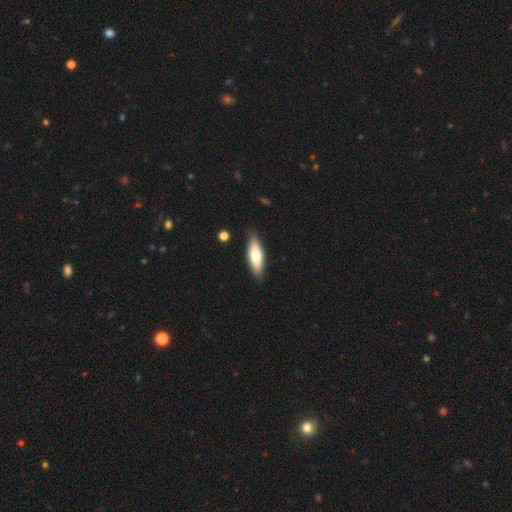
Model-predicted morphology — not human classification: This is likely a smooth galaxy (68%). How rounded: possibly in between (53%). Merging: clearly none (86%).